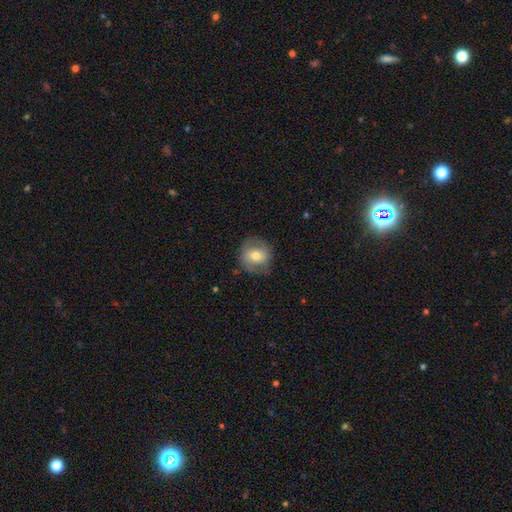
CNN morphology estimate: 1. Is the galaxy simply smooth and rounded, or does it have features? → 62% smooth, 30% featured or disk, 8% star or artifact.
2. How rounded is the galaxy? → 82% round, 17% in between, 1% cigar-shaped.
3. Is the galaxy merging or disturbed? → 75% none, 17% minor disturbance, 6% major disturbance, 1% merger.